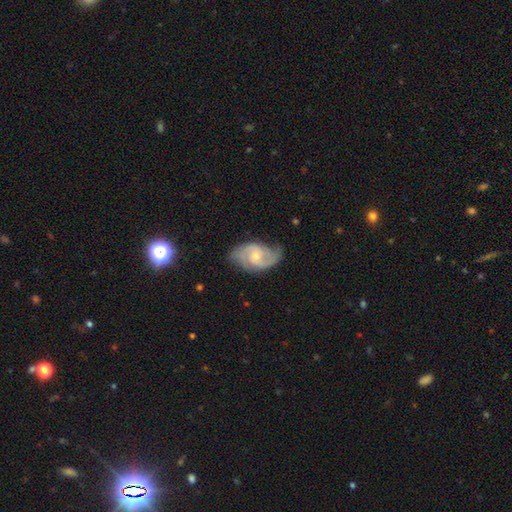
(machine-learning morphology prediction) This is clearly a featured or disk galaxy (83%). It is clearly not viewed edge-on (97%). Bar: possibly no (54%). Spiral arm pattern: clearly yes (96%). Spiral arm count: clearly 2 (82%). Spiral winding: possibly medium (52%). Central bulge: possibly small (58%). Merging: likely none (71%).